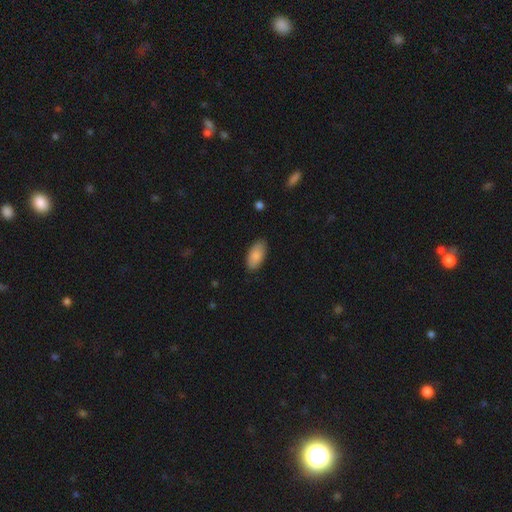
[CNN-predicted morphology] The model was most divided on "merging": none: 85%, minor disturbance: 12%, major disturbance: 2%, merger: 1%. More confident: how rounded — in between (93%); smooth or featured — smooth (87%).